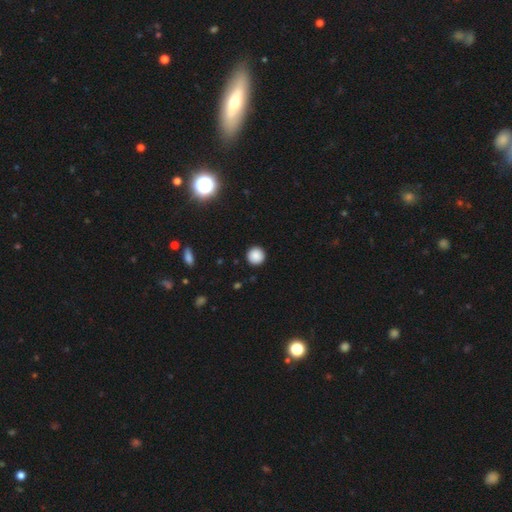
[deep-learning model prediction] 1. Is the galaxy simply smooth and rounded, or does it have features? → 88% smooth, 9% star or artifact, 3% featured or disk.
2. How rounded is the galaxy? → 95% round, 4% in between, 1% cigar-shaped.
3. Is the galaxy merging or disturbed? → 92% none, 5% minor disturbance, 2% major disturbance, 1% merger.